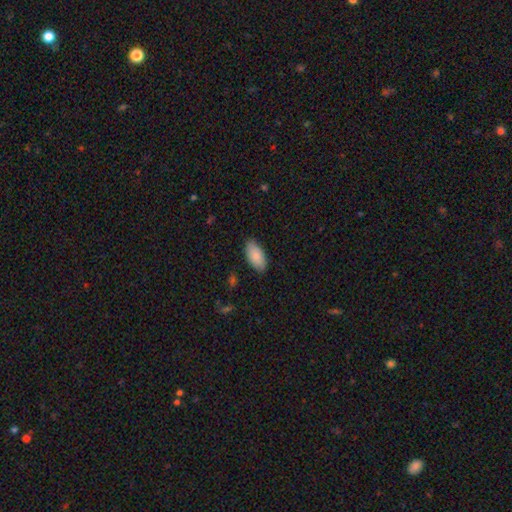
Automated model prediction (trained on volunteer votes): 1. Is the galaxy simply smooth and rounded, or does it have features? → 85% smooth, 9% featured or disk, 6% star or artifact.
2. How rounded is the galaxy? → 93% in between, 5% cigar-shaped, 2% round.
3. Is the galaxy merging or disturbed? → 84% none, 13% minor disturbance, 2% major disturbance, 1% merger.